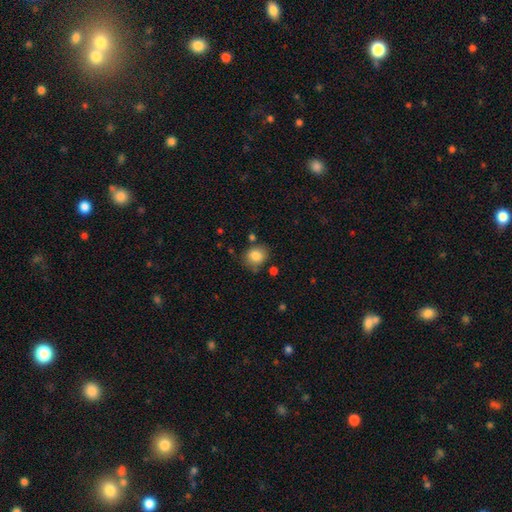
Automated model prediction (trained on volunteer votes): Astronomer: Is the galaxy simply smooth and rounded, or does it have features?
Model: smooth — 82%.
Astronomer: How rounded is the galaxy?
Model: round — 64%.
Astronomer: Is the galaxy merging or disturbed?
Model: none — 72%.